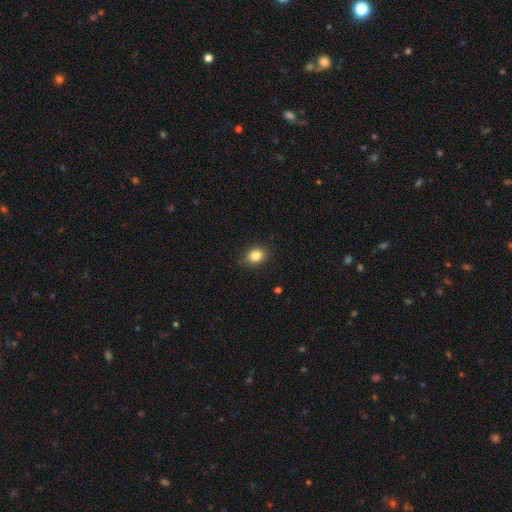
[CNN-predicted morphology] A smooth galaxy with no disk features (84%) that is in between round and cigar-shaped (54%). Merging: none (85%).